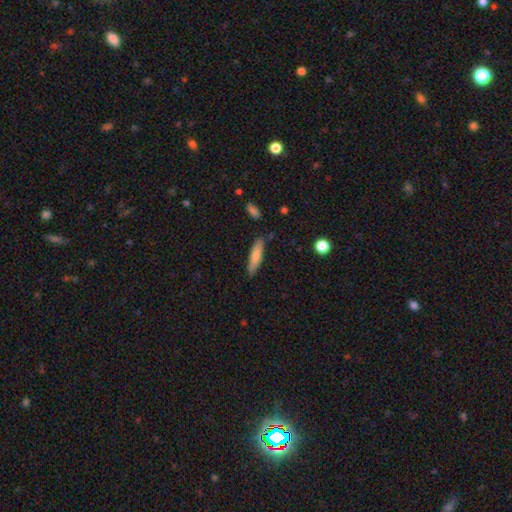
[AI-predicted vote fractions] A smooth galaxy with no disk features (74%) that is cigar-shaped (77%).

Vote fractions:
- Smooth or featured? smooth: 74% / featured or disk: 20% / star or artifact: 6%
- How rounded? cigar-shaped: 77% / in between: 21% / round: 2%
- Merging? none: 82% / minor disturbance: 13% / merger: 3% / major disturbance: 2%